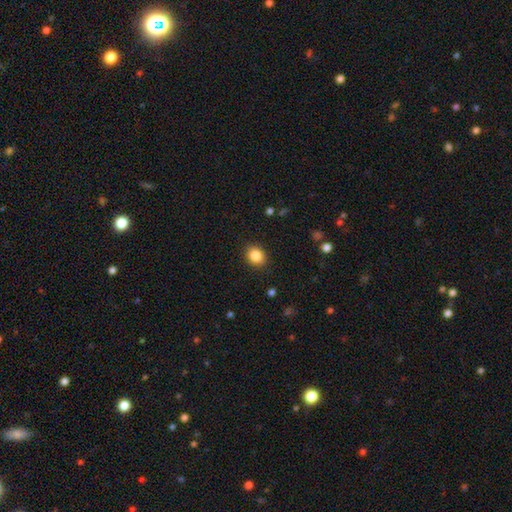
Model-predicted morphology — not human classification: smooth_or_featured: smooth (p=0.85) [alt: star or artifact p=0.10]
how_rounded: round (p=0.58) [alt: in between p=0.41]
merging: none (p=0.88) [alt: minor disturbance p=0.08]